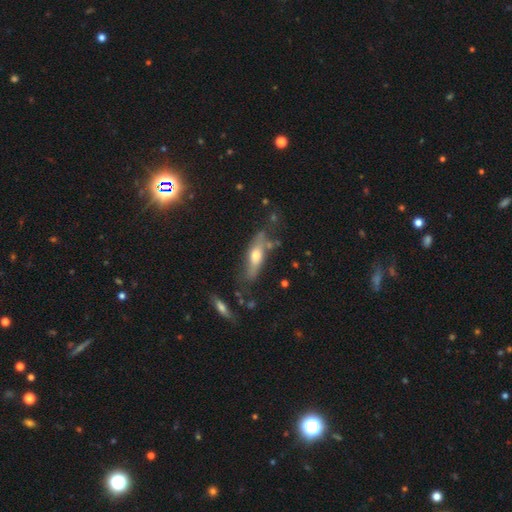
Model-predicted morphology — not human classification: smooth-or-featured: smooth: 48% | featured or disk: 44% | star or artifact: 9%
  merging: none: 59% | minor disturbance: 24% | major disturbance: 9% | merger: 8%